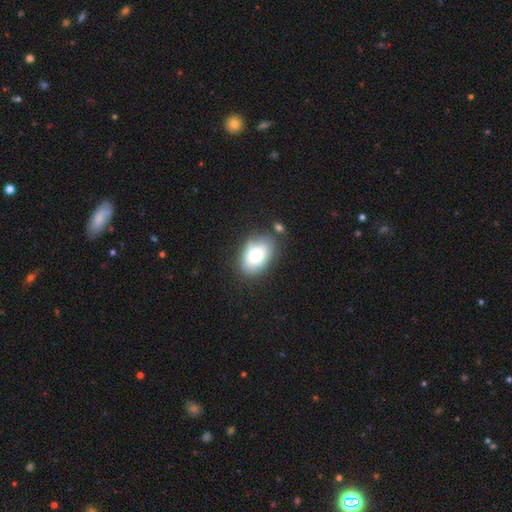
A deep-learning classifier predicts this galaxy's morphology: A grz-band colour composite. It shows a smooth galaxy with no disk features (68%) that is in between round and cigar-shaped (85%). Merging: none (61%).